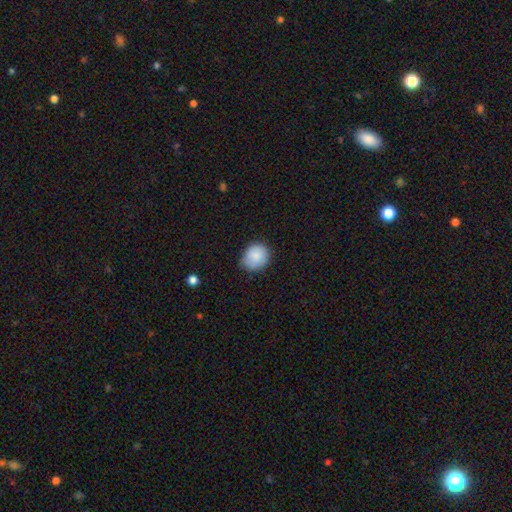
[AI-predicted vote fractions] A smooth galaxy with no disk features (86%) that is round (69%). Merging: none (71%).